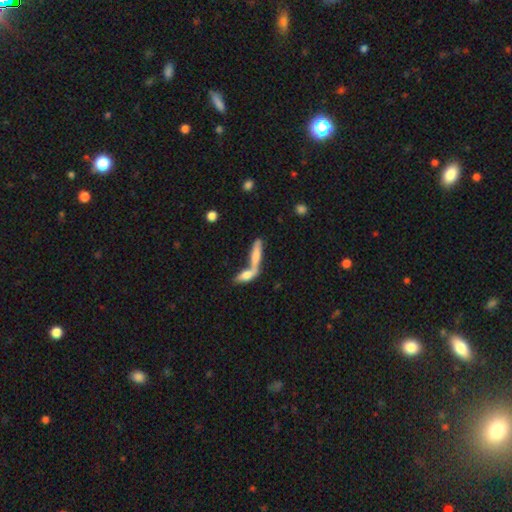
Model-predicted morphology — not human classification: smooth_or_featured: smooth (p=0.65) [alt: featured or disk p=0.27]
how_rounded: cigar-shaped (p=0.69) [alt: in between p=0.28]
merging: merger (p=0.65) [alt: none p=0.24]